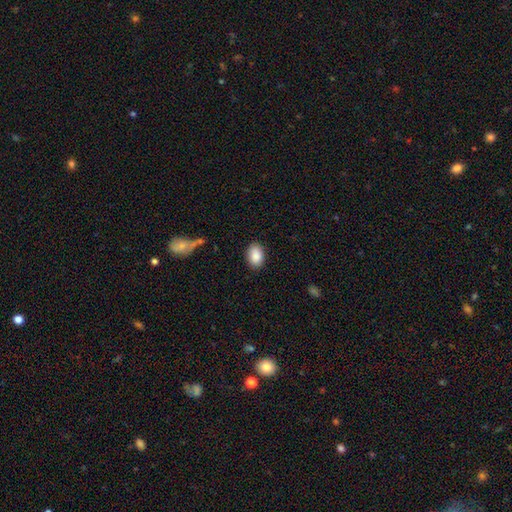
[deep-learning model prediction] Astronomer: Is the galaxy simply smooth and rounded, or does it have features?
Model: smooth — 89%.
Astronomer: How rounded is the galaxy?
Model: in between — 88%.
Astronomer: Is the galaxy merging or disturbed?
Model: none — 85%.